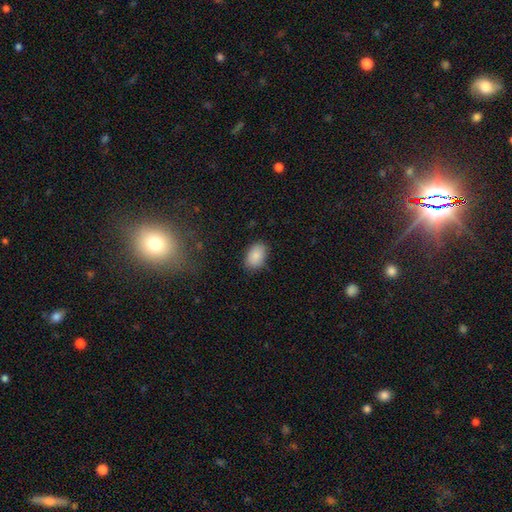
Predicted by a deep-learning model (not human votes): smooth_or_featured: smooth (p=0.87) [alt: star or artifact p=0.07]
how_rounded: in between (p=0.86) [alt: round p=0.13]
merging: none (p=0.83) [alt: minor disturbance p=0.13]